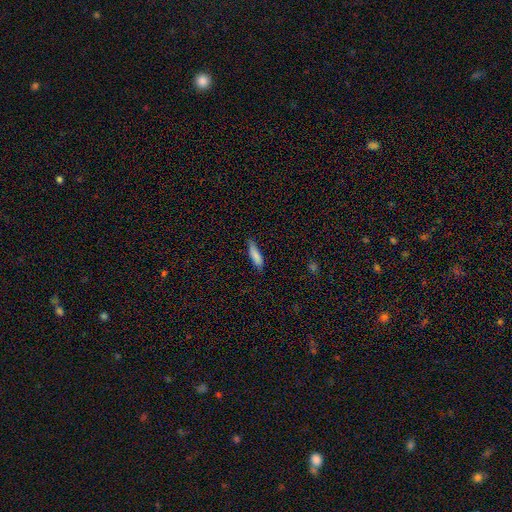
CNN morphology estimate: smooth_or_featured: smooth (p=0.83) [alt: featured or disk p=0.11]
how_rounded: cigar-shaped (p=0.67) [alt: in between p=0.31]
merging: none (p=0.75) [alt: minor disturbance p=0.20]